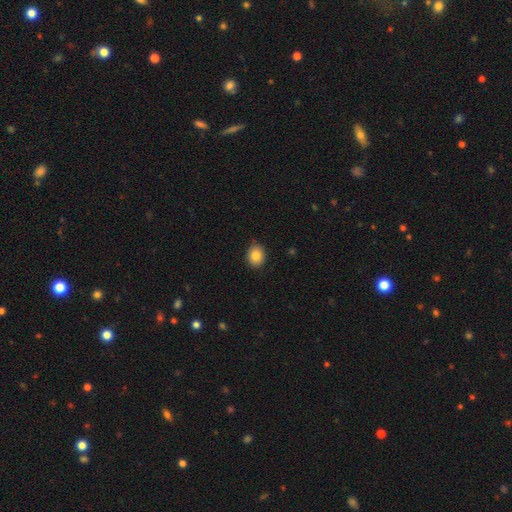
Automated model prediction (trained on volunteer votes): smooth_or_featured: smooth (p=0.86) [alt: star or artifact p=0.09]
how_rounded: round (p=0.56) [alt: in between p=0.43]
merging: none (p=0.87) [alt: minor disturbance p=0.10]